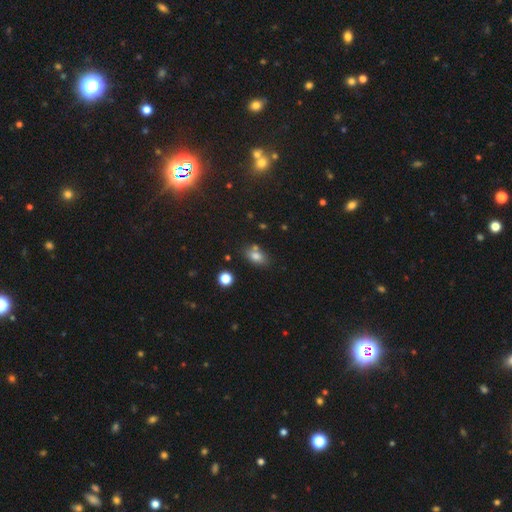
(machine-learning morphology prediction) type=smooth (77%); roundness=in between (81%); merging=none (66%).